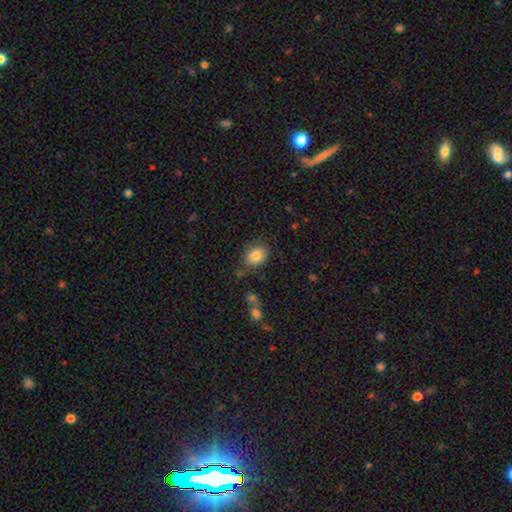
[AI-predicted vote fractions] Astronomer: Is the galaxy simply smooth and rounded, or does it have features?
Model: smooth — 84%.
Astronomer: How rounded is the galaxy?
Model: in between — 57% (runner-up: round, 42%).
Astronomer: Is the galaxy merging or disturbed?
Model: none — 73%.